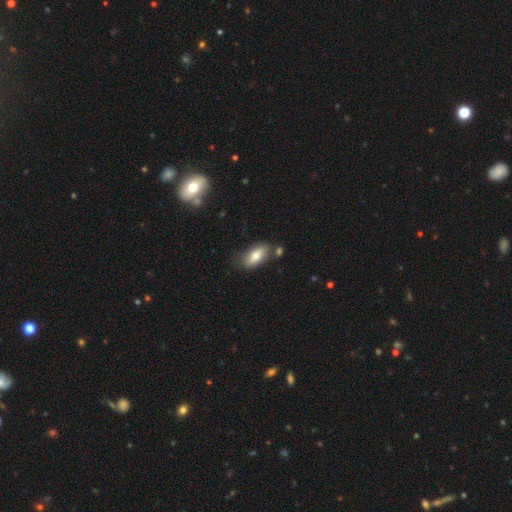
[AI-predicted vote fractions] Smooth or featured? Predicted: smooth (p=0.78). How rounded? Predicted: in between (p=0.89). Merging? Predicted: none (p=0.70).